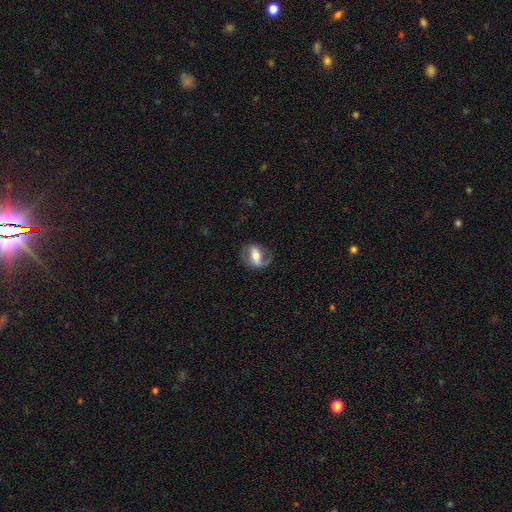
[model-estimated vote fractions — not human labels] A featured or disk galaxy (54%).

Vote fractions:
- Smooth or featured? featured or disk: 54% / smooth: 38% / star or artifact: 7%
- Edge-on disk? no: 89% / yes: 11%
- Merging? none: 65% / minor disturbance: 19% / major disturbance: 14% / merger: 2%